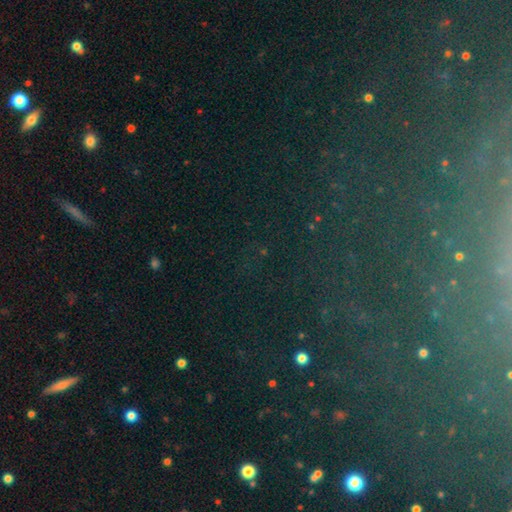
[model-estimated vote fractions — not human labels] smooth_or_featured: star or artifact (p=0.65) [alt: featured or disk p=0.20]